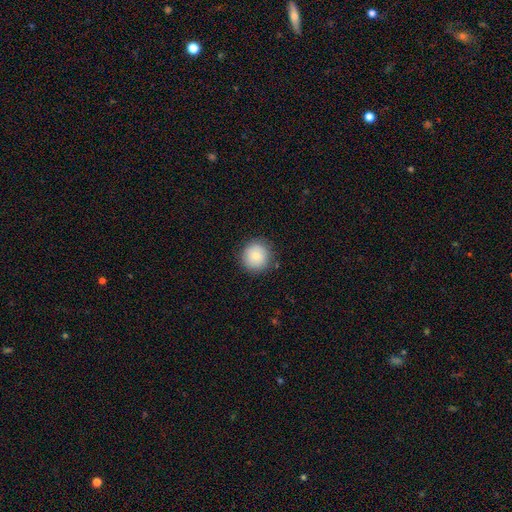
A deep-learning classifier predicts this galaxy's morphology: Smooth or featured? Predicted: smooth (p=0.81). How rounded? Predicted: round (p=0.94). Merging? Predicted: none (p=0.88).